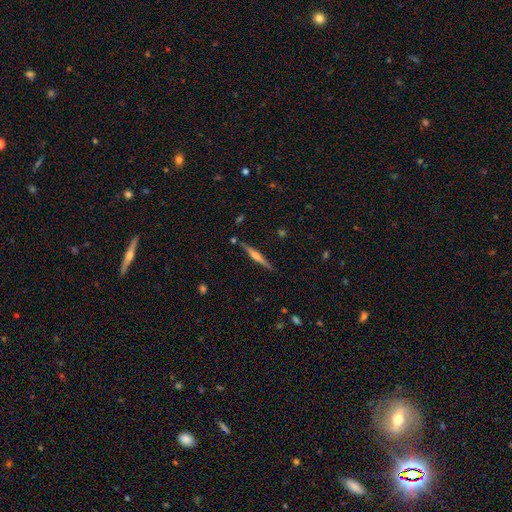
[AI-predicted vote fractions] A featured or disk galaxy (73%) viewed edge-on (98%) with a rounded central bulge (79%). Merging: none (89%).